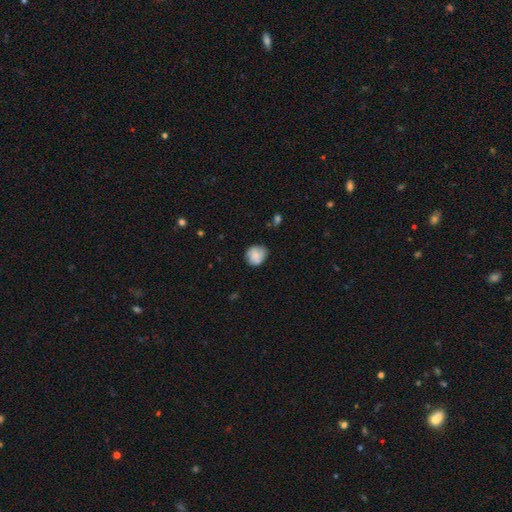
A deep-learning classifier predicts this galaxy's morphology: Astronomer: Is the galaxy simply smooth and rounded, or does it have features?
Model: smooth — 74%.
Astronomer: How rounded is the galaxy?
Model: round — 72%.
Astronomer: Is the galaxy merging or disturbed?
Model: none — 64%.